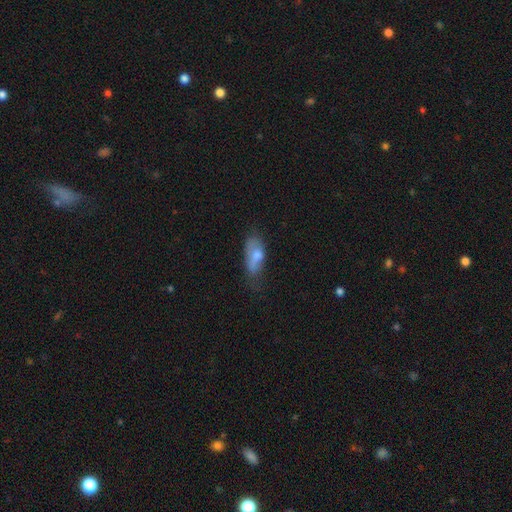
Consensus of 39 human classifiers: Q: Smooth or featured?
A: smooth (64%); runner-up: featured or disk (26%)
Q: How rounded?
A: in between (60%); runner-up: cigar-shaped (32%)
Q: Merging?
A: minor disturbance (40%); runner-up: none (34%)